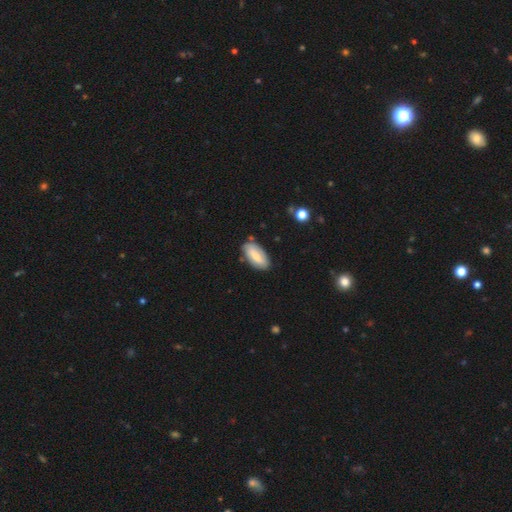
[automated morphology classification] smooth_or_featured: smooth (p=0.68) [alt: featured or disk p=0.26]
how_rounded: in between (p=0.89) [alt: cigar-shaped p=0.09]
merging: none (p=0.77) [alt: minor disturbance p=0.18]